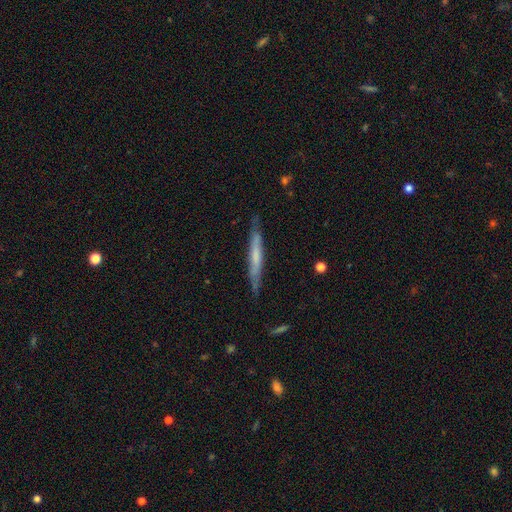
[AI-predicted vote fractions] This is possibly a featured or disk galaxy (49%). Merging: clearly none (81%).